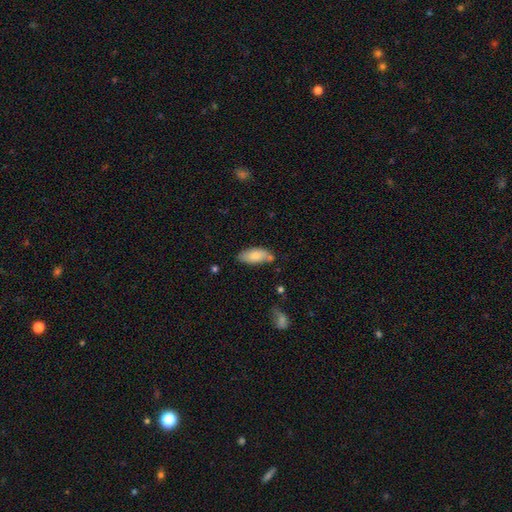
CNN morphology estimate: A smooth galaxy with no disk features (80%) that is in between round and cigar-shaped (85%).

Vote fractions:
- Smooth or featured? smooth: 80% / featured or disk: 13% / star or artifact: 6%
- How rounded? in between: 85% / cigar-shaped: 13% / round: 2%
- Merging? none: 68% / minor disturbance: 20% / merger: 8% / major disturbance: 4%